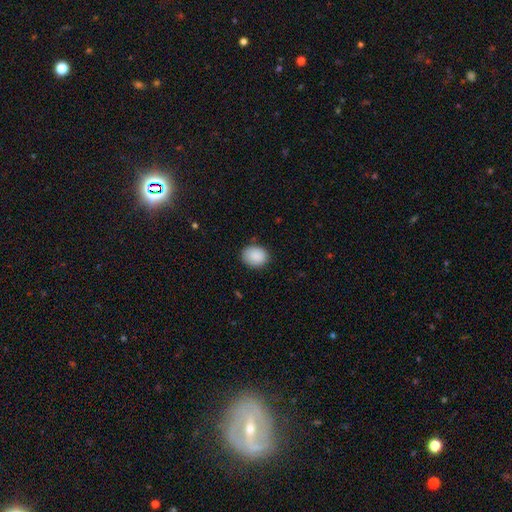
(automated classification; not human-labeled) This is clearly a smooth galaxy (89%). How rounded: possibly round (53%). Merging: clearly none (84%).